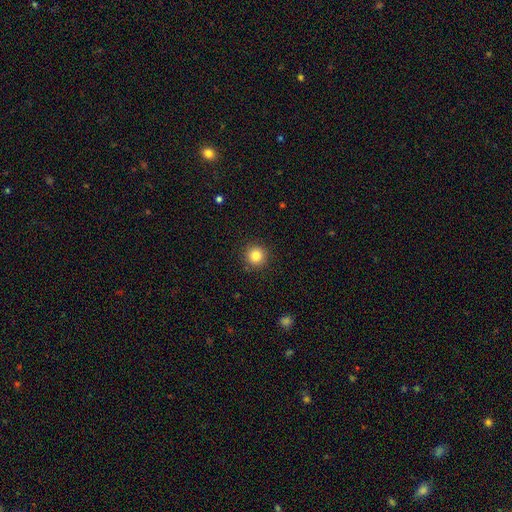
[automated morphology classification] smooth-or-featured: smooth: 84% | star or artifact: 11% | featured or disk: 5%
  how-rounded: round: 95% | in between: 4% | cigar-shaped: 1%
  merging: none: 91% | minor disturbance: 6% | major disturbance: 2% | merger: 1%